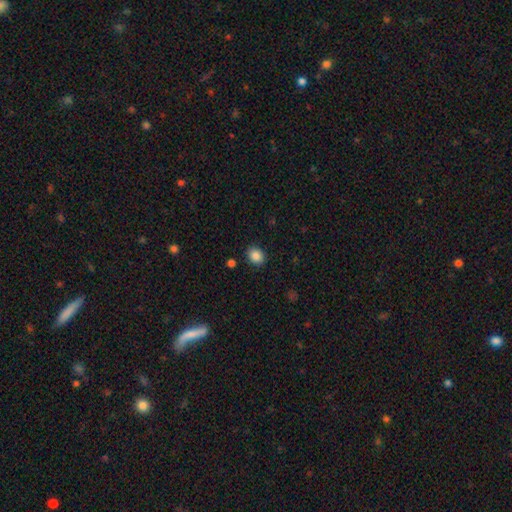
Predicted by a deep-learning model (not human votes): Q: Smooth or featured?
A: smooth (87%); runner-up: star or artifact (9%)
Q: How rounded?
A: round (56%); runner-up: in between (43%)
Q: Merging?
A: none (88%); runner-up: minor disturbance (8%)